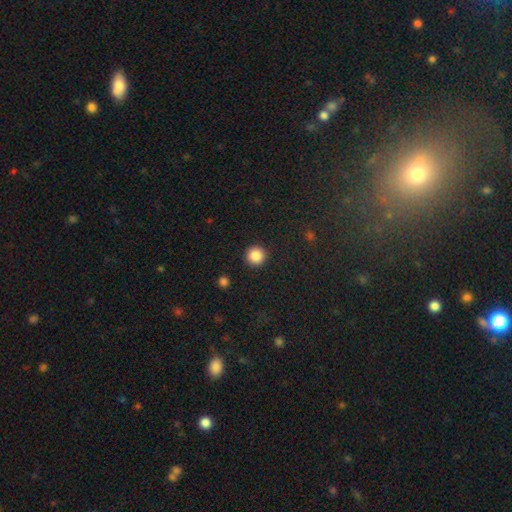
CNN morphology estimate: smooth_or_featured: smooth (p=0.87) [alt: star or artifact p=0.10]
how_rounded: round (p=0.96) [alt: in between p=0.04]
merging: none (p=0.92) [alt: minor disturbance p=0.05]